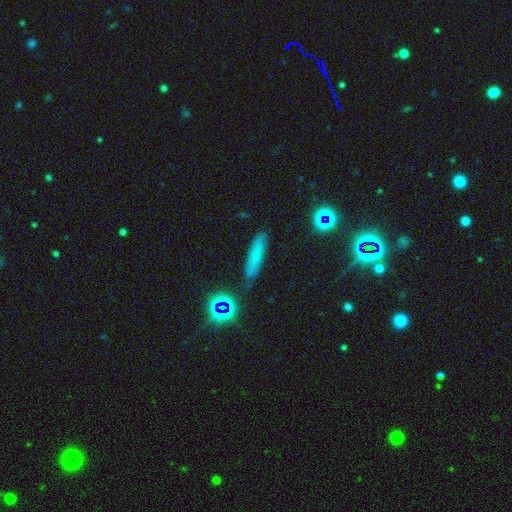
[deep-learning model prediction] Smooth or featured? Predicted: smooth (p=0.63). How rounded? Predicted: cigar-shaped (p=0.77). Merging? Predicted: none (p=0.77).